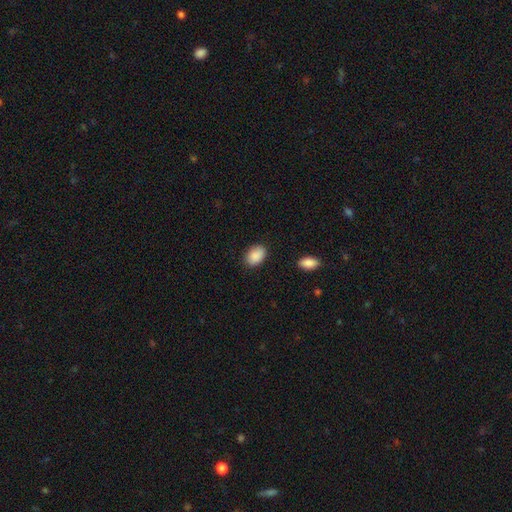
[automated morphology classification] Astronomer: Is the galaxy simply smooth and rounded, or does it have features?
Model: smooth — 90%.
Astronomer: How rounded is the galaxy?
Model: in between — 86%.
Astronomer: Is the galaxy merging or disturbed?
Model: none — 85%.